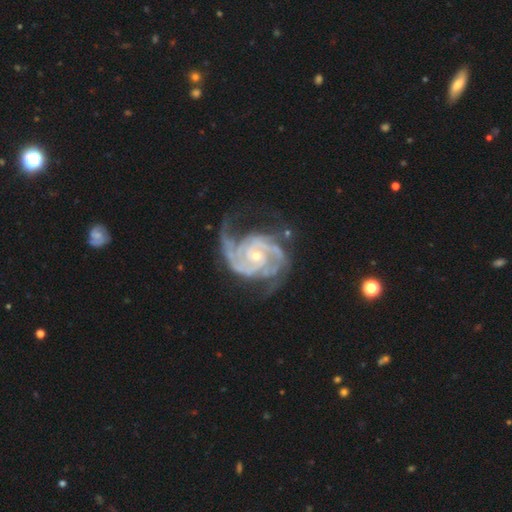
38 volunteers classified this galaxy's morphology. Smooth or featured?
  - featured or disk: 95% *
  - smooth: 5%
  - star or artifact: 0%
Edge-on disk?
  - no: 94% *
  - yes: 6%
Bar?
  - no: 65% *
  - weak: 26%
  - strong: 9%
Spiral arms?
  - yes: 100% *
  - no: 0%
Spiral winding?
  - tight: 44% *
  - medium: 32%
  - loose: 24%
Spiral arm count?
  - 2: 71% *
  - 3: 12%
  - can't tell: 12%
  - 4: 6%
  - 1: 0%
  - more than 4: 0%
Bulge size?
  - small: 76% *
  - moderate: 21%
  - none: 3%
  - dominant: 0%
  - large: 0%
Merging?
  - none: 71% *
  - minor disturbance: 16%
  - major disturbance: 13%
  - merger: 0%